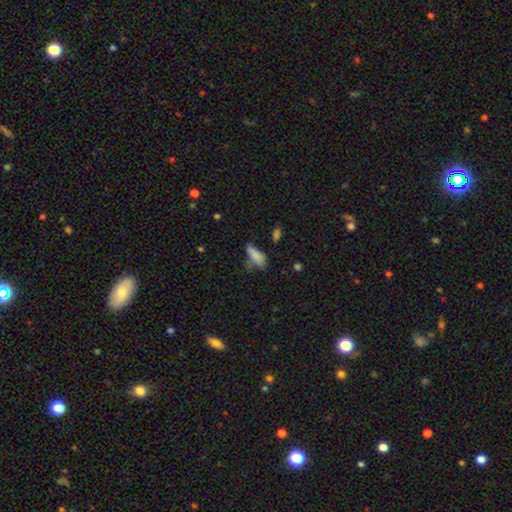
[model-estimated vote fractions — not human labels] Smooth or featured: smooth — 77% (featured or disk — 13%)
How rounded: in between — 73% (cigar-shaped — 24%)
Merging: none — 39% (minor disturbance — 34%)